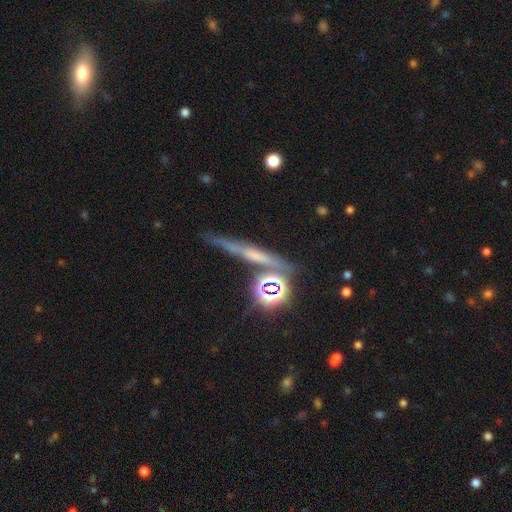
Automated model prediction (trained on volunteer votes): Smooth or featured: featured or disk — 37% (smooth — 32%)
Merging: none — 72% (minor disturbance — 14%)